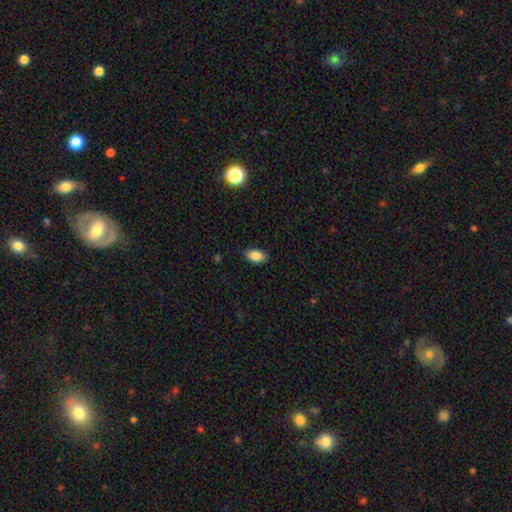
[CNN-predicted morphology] type=smooth (87%); roundness=in between (91%); merging=none (85%).